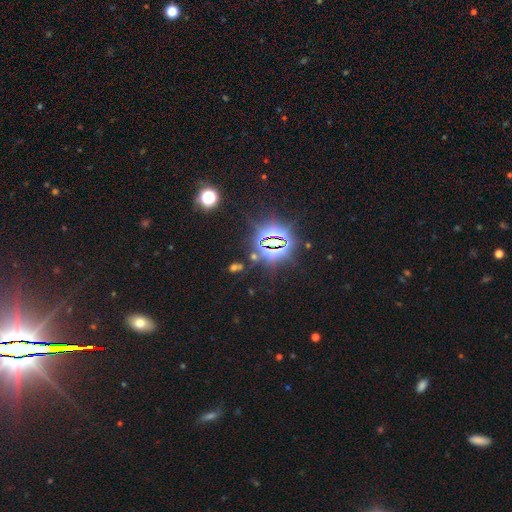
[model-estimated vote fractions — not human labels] A star or artifact, not a galaxy (82%).